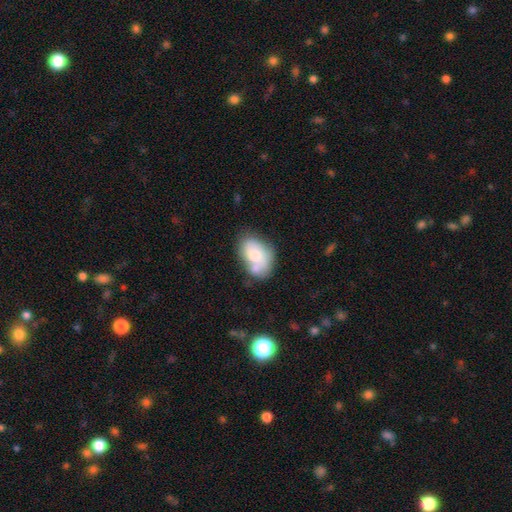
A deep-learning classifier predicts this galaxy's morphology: smooth_or_featured: smooth (p=0.67) [alt: featured or disk p=0.26]
how_rounded: in between (p=0.86) [alt: round p=0.13]
merging: none (p=0.40) [alt: merger p=0.31]